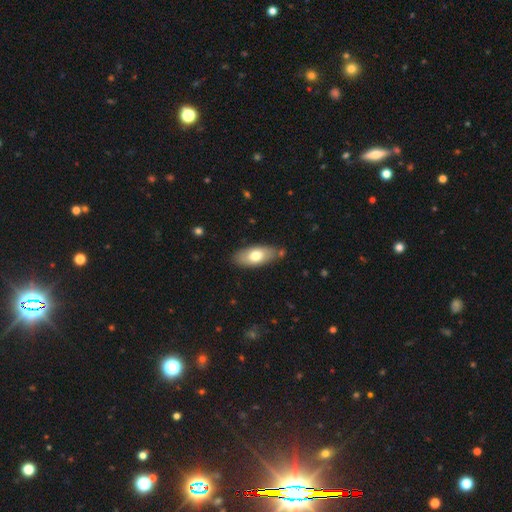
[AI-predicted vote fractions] A smooth galaxy with no disk features (71%) that is in between round and cigar-shaped (87%).

Vote fractions:
- Smooth or featured? smooth: 71% / featured or disk: 23% / star or artifact: 6%
- How rounded? in between: 87% / cigar-shaped: 11% / round: 3%
- Merging? none: 81% / minor disturbance: 13% / merger: 3% / major disturbance: 3%